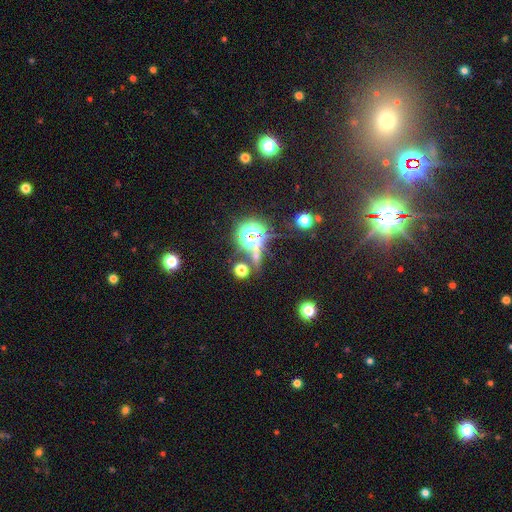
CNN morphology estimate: This is likely a star or artifact rather than a galaxy (60%).